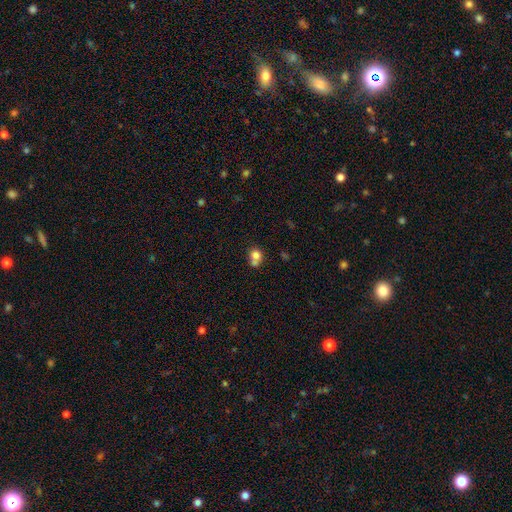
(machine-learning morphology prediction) Overall: smooth (76%). How rounded: round (66%; in between 33%). Merging: merger (47%; none 36%).